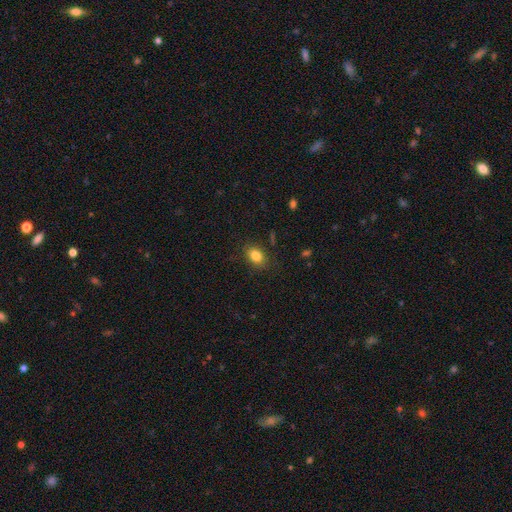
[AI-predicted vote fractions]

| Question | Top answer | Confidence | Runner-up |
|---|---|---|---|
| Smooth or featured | smooth | 83% | star or artifact (10%) |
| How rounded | in between | 73% | round (25%) |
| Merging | none | 84% | minor disturbance (11%) |